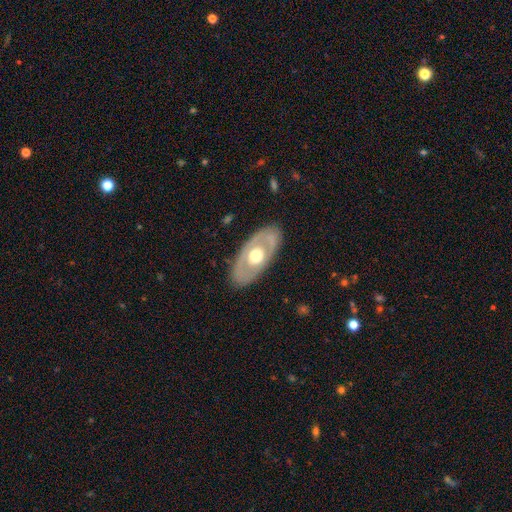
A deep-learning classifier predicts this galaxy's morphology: Smooth or featured: featured or disk — 58% (smooth — 37%)
Edge-on disk: no — 84% (yes — 16%)
Merging: none — 83% (minor disturbance — 12%)